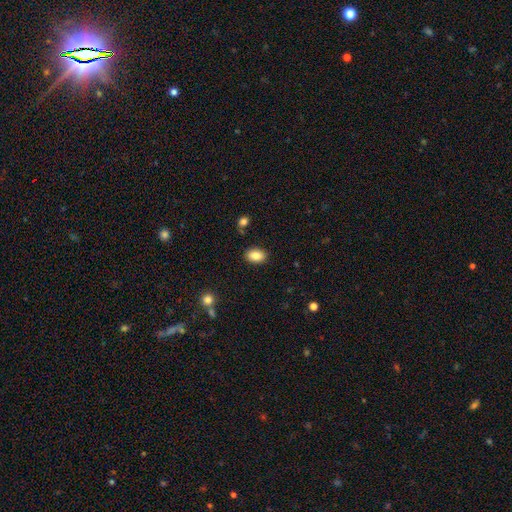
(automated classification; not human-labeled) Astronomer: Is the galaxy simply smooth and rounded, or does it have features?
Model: smooth — 85%.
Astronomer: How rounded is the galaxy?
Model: in between — 85%.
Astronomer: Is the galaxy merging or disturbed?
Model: none — 87%.